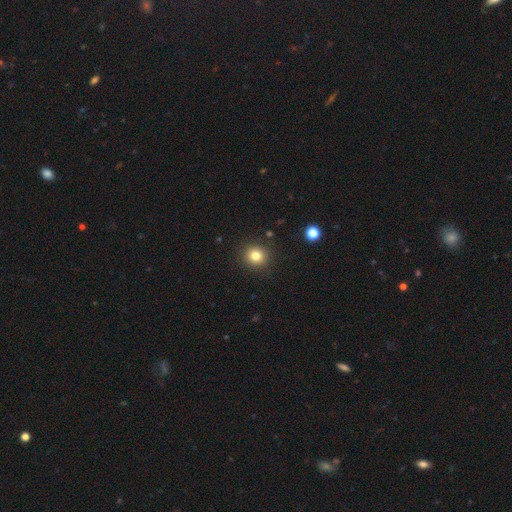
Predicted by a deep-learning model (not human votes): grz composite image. It shows a smooth galaxy with no disk features (81%) that is round (89%). Merging: none (91%).